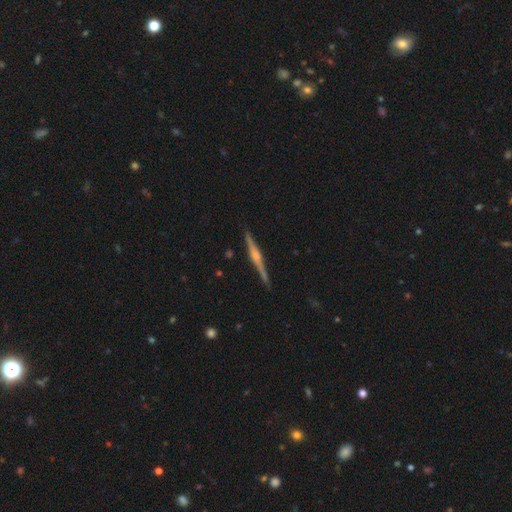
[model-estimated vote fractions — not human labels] smooth_or_featured: featured or disk (p=0.82) [alt: smooth p=0.13]
disk_edge_on: yes (p=0.98) [alt: no p=0.02]
edge_on_bulge: rounded (p=0.76) [alt: boxy p=0.17]
merging: none (p=0.90) [alt: minor disturbance p=0.07]